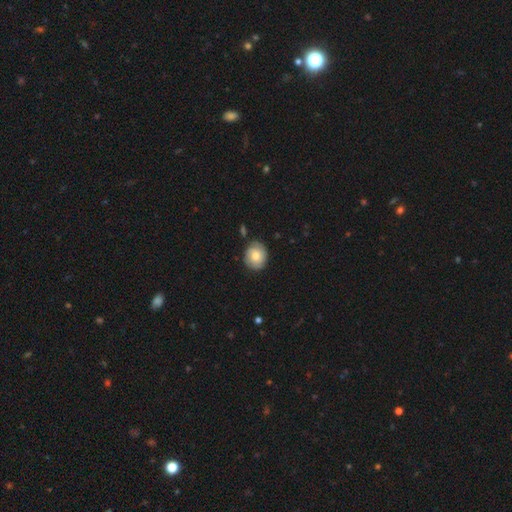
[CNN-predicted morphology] smooth 48%, featured or disk 44%, star or artifact 7%. Down the decision tree: merging — none (76%).